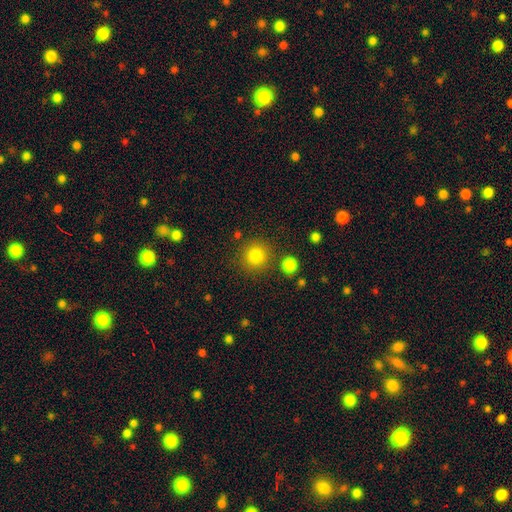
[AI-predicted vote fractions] Q: Smooth or featured?
A: smooth (83%); runner-up: star or artifact (12%)
Q: How rounded?
A: round (92%); runner-up: in between (7%)
Q: Merging?
A: none (83%); runner-up: minor disturbance (8%)